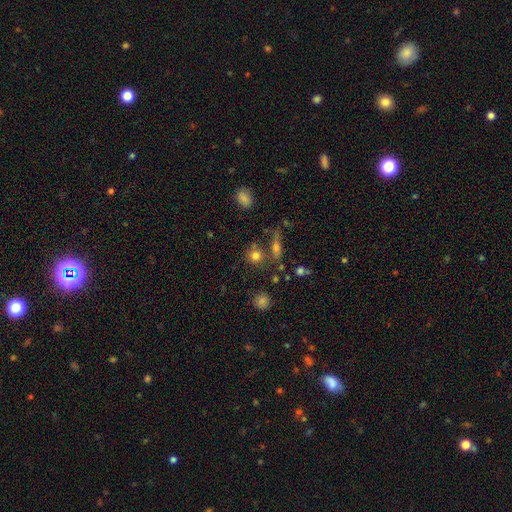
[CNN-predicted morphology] This appears to be a smooth galaxy with no disk features (74%) that is round (83%). Merging: none (67%).